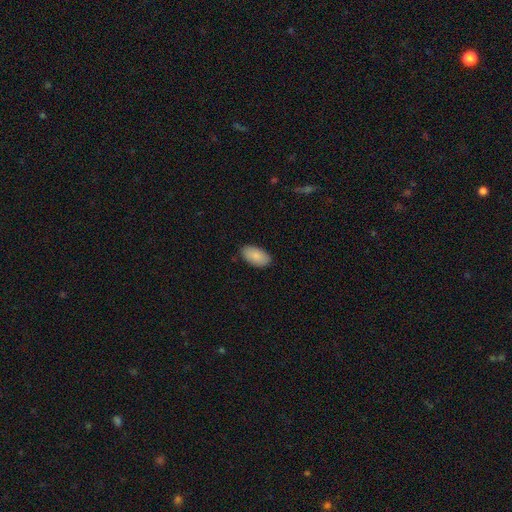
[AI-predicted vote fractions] This appears to be a smooth galaxy with no disk features (88%) that is in between round and cigar-shaped (95%). Merging: none (88%).